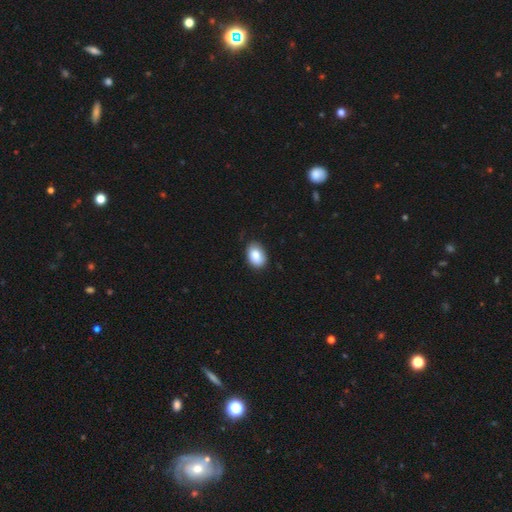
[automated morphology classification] The model was most divided on "merging": none: 81%, minor disturbance: 16%, major disturbance: 2%, merger: 1%. More confident: smooth or featured — smooth (86%); how rounded — in between (83%).